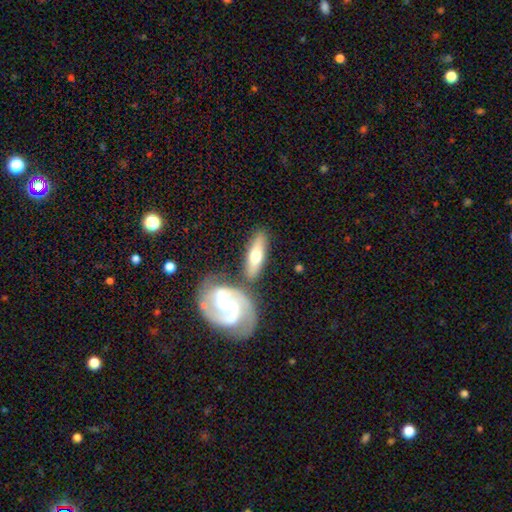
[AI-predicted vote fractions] featured or disk 52%, smooth 43%, star or artifact 5%. Down the decision tree: edge-on disk — yes (56%); merging — none (70%).